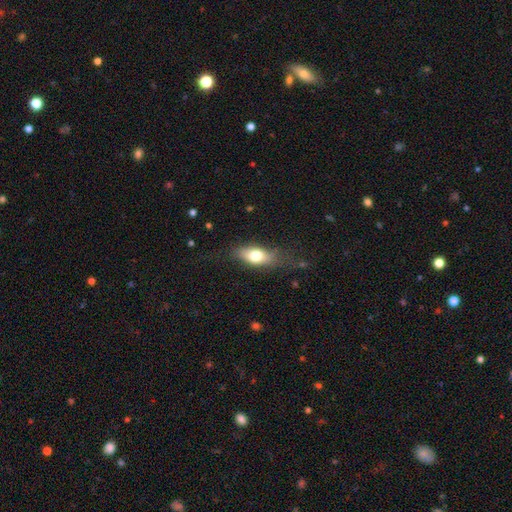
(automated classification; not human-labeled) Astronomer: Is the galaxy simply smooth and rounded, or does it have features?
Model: smooth — 70%.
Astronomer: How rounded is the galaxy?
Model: in between — 77%.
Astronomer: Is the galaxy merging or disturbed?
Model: none — 65%.